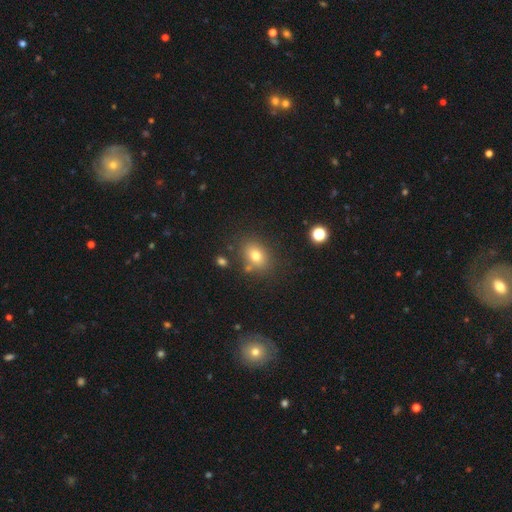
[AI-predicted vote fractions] Smooth or featured?
  - smooth: 76% *
  - star or artifact: 12%
  - featured or disk: 11%
How rounded?
  - in between: 63% *
  - round: 36%
  - cigar-shaped: 1%
Merging?
  - none: 77% *
  - minor disturbance: 12%
  - merger: 7%
  - major disturbance: 4%